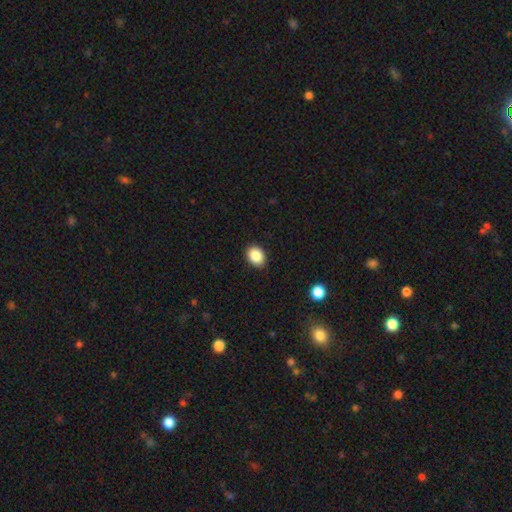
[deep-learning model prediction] Smooth or featured? smooth (87%)
How rounded? in between (60%)
Merging? none (89%)